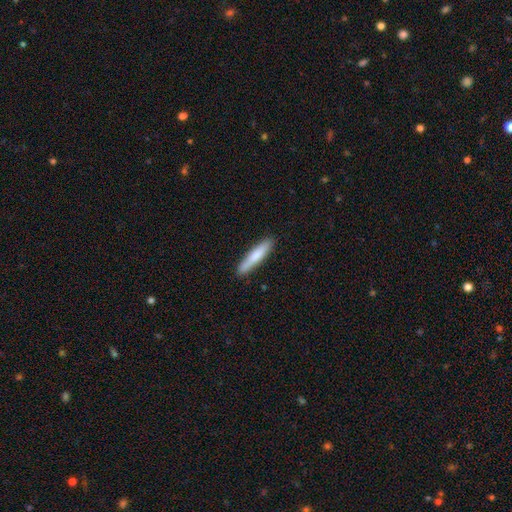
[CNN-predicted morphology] Smooth or featured? Predicted: smooth (p=0.75). How rounded? Predicted: cigar-shaped (p=0.89). Merging? Predicted: none (p=0.88).